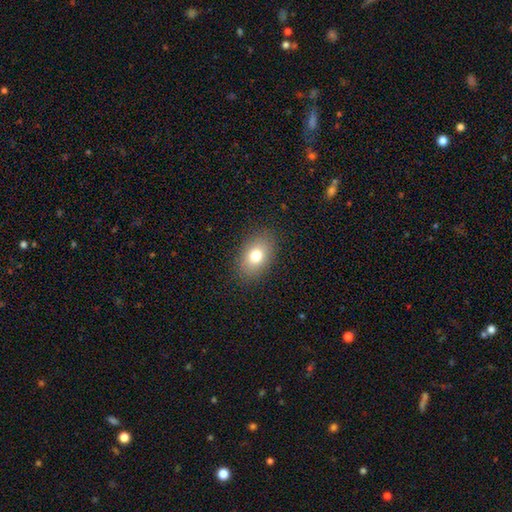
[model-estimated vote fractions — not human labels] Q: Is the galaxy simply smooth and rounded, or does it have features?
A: smooth — 75%.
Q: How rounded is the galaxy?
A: in between — 80%.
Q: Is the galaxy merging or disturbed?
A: none — 87%.